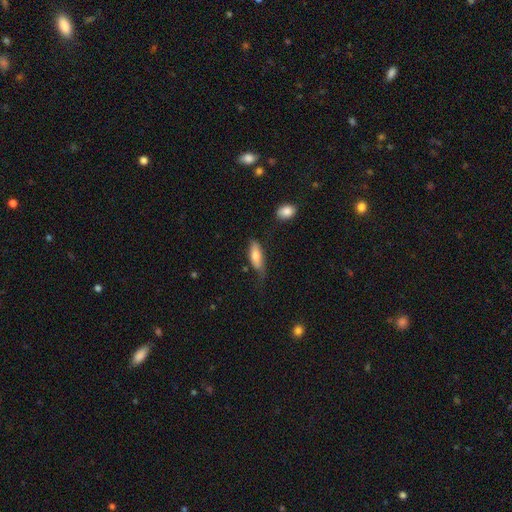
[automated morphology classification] Q: Smooth or featured?
A: smooth (73%); runner-up: featured or disk (20%)
Q: How rounded?
A: in between (64%); runner-up: cigar-shaped (34%)
Q: Merging?
A: none (51%); runner-up: minor disturbance (33%)